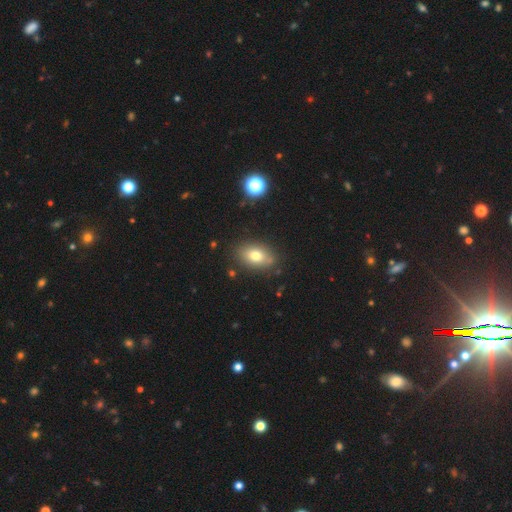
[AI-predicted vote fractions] Overall: smooth (74%). How rounded: in between (84%). Merging: none (82%).